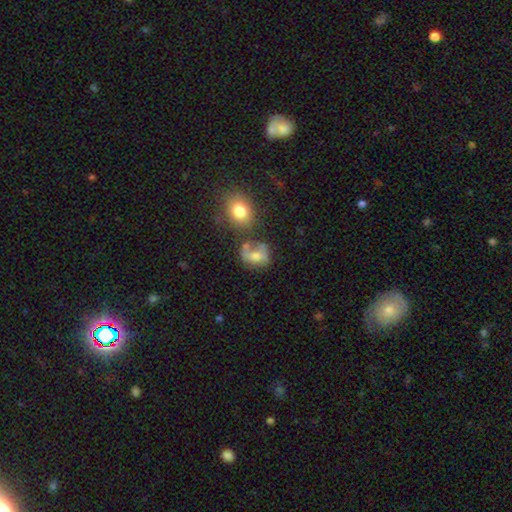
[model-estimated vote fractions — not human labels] Q: Smooth or featured?
A: smooth (54%); runner-up: featured or disk (33%)
Q: How rounded?
A: in between (54%); runner-up: round (44%)
Q: Merging?
A: none (45%); runner-up: minor disturbance (21%)